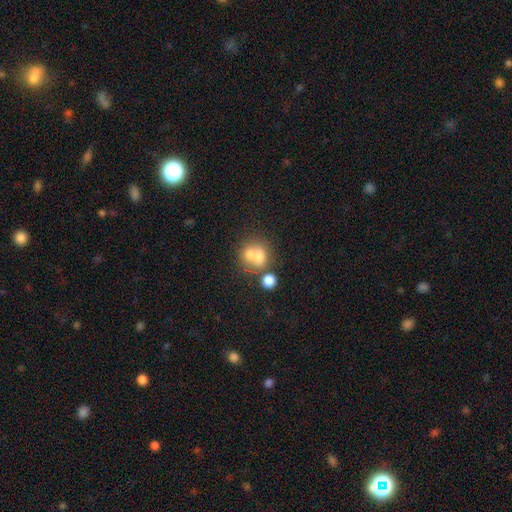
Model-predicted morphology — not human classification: Smooth or featured? Predicted: smooth (p=0.67). How rounded? Predicted: round (p=0.73). Merging? Predicted: merger (p=0.57).